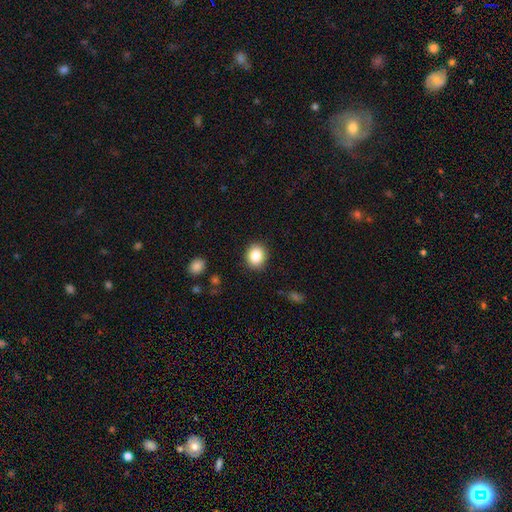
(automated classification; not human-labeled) Smooth or featured: smooth — 85% (star or artifact — 9%)
How rounded: round — 66% (in between — 33%)
Merging: none — 89% (minor disturbance — 8%)